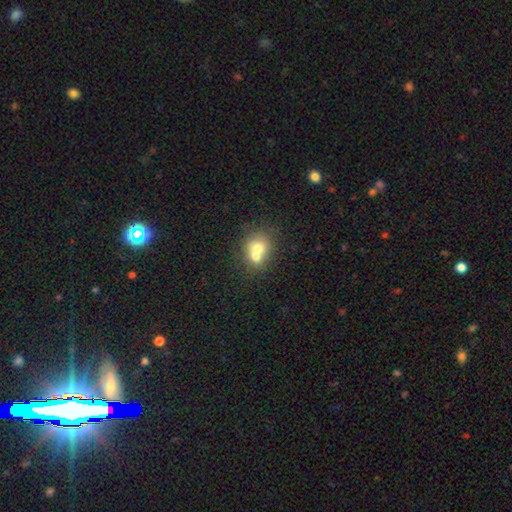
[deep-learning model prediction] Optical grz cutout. It shows a smooth galaxy with no disk features (65%) that is round (71%). Merging: merger (63%).